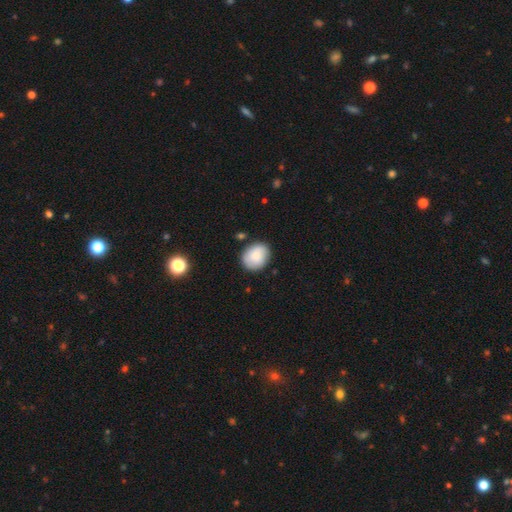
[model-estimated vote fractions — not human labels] smooth-or-featured: smooth: 83% | featured or disk: 10% | star or artifact: 7%
  how-rounded: round: 52% | in between: 47% | cigar-shaped: 1%
  merging: none: 82% | minor disturbance: 13% | major disturbance: 3% | merger: 2%